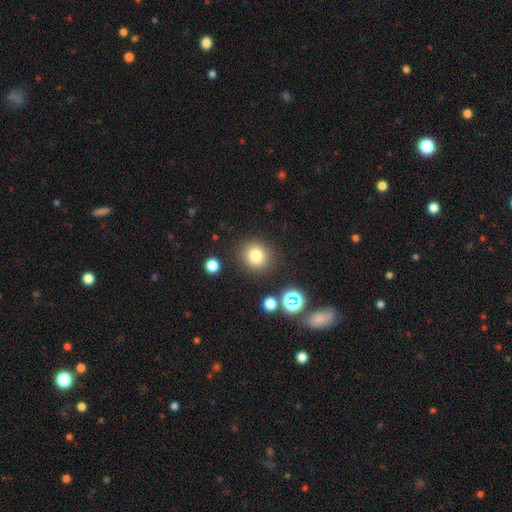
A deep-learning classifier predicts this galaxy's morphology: Overall: smooth (79%). How rounded: round (88%). Merging: none (86%).